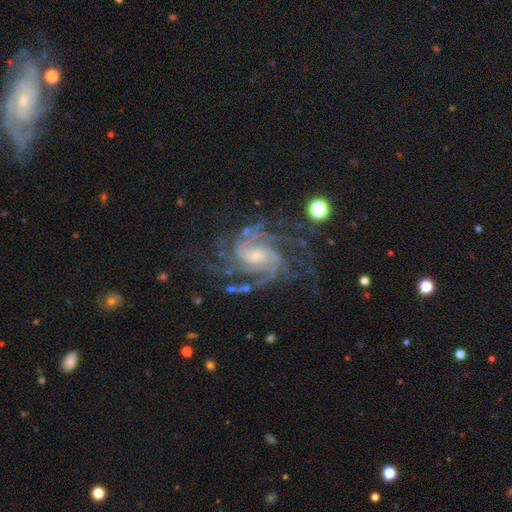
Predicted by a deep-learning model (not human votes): This appears to be a featured or disk galaxy (91%) with no bar (50%), 4 (28%) tight (48%) spiral arms (98%) and a small central bulge (62%). Merging: none (69%).